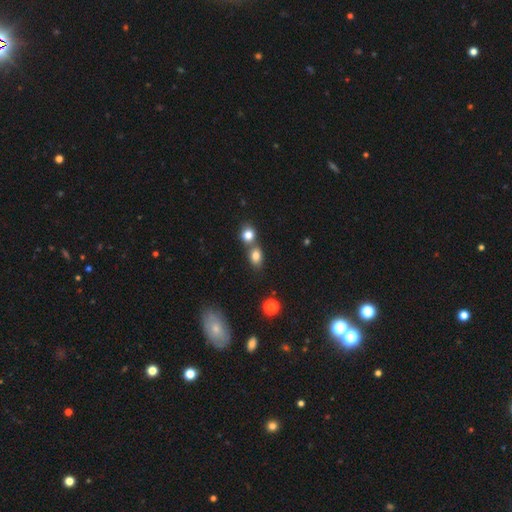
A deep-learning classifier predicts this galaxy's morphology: smooth_or_featured: smooth (p=0.80) [alt: star or artifact p=0.11]
how_rounded: in between (p=0.66) [alt: round p=0.32]
merging: none (p=0.46) [alt: merger p=0.41]